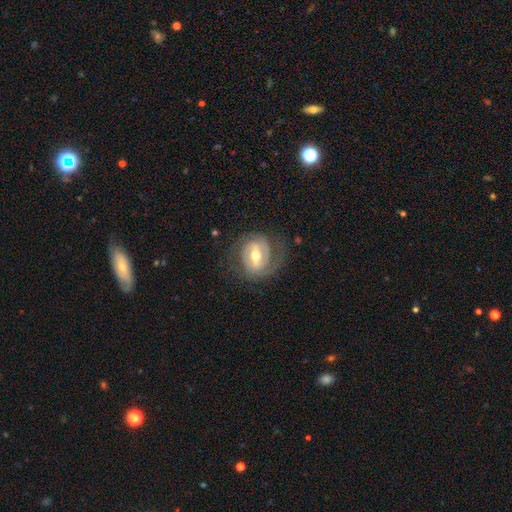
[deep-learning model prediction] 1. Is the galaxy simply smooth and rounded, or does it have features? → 79% featured or disk, 16% smooth, 6% star or artifact.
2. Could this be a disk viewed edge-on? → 96% no, 4% yes.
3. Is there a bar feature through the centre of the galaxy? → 48% strong, 39% weak, 14% no.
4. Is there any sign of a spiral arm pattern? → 84% yes, 16% no.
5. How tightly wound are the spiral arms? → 46% tight, 38% medium, 16% loose.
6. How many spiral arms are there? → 69% 2, 13% can't tell, 11% 1, 4% 3, 1% 4, 1% more than 4.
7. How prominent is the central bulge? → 71% moderate, 19% small, 8% large, 1% dominant, 1% none.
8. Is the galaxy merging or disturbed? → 67% none, 18% minor disturbance, 14% major disturbance, 1% merger.